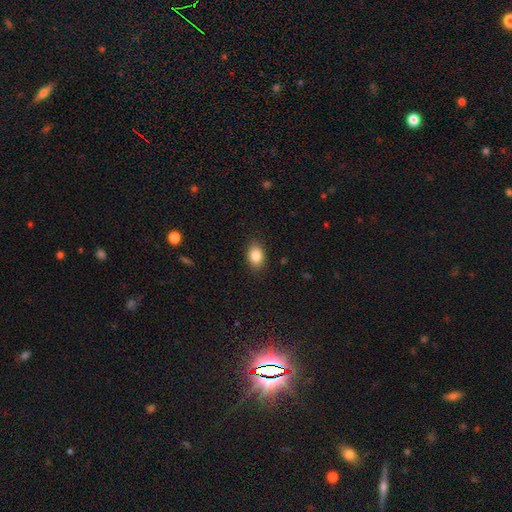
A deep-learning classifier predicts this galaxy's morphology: Smooth or featured: smooth — 85% (star or artifact — 8%)
How rounded: in between — 80% (round — 19%)
Merging: none — 87% (minor disturbance — 10%)